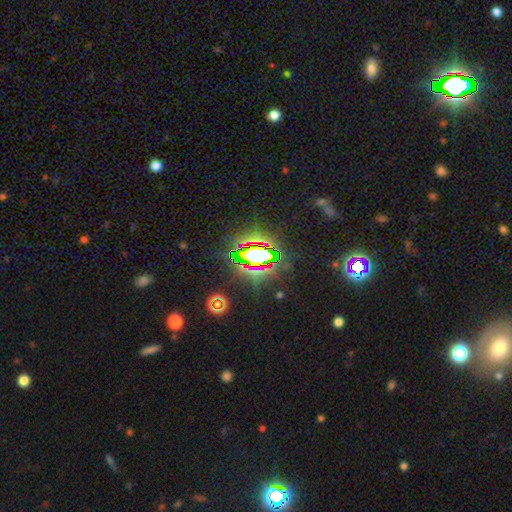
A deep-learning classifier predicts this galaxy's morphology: Overall: star or artifact (72%).